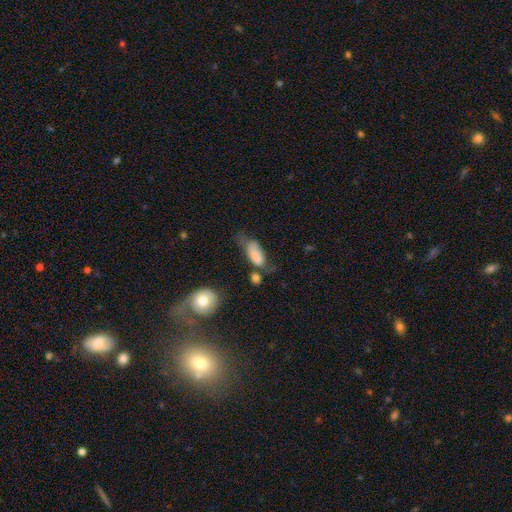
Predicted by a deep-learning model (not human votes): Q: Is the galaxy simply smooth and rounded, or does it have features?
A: smooth — 79%.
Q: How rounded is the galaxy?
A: in between — 82%.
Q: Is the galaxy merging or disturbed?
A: minor disturbance — 30%.